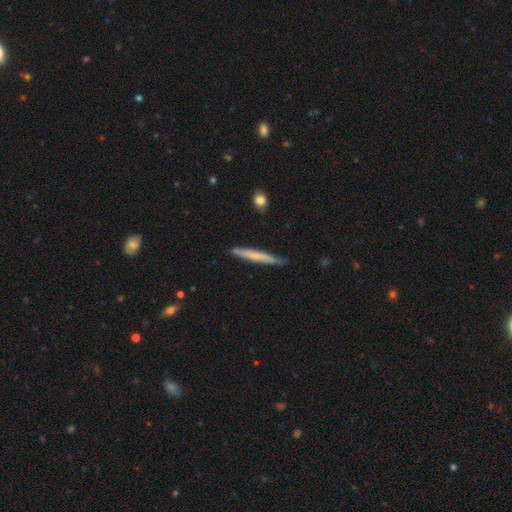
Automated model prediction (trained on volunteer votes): Overall: smooth (57%; featured or disk 38%). How rounded: cigar-shaped (96%). Merging: none (86%).